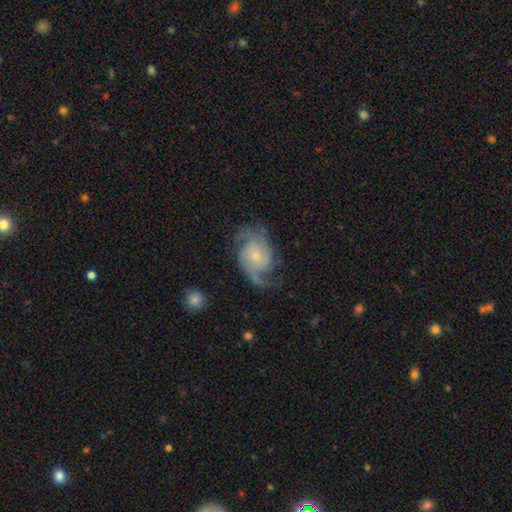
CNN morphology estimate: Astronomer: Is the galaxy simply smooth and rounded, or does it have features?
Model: featured or disk — 86%.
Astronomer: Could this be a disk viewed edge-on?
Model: no — 97%.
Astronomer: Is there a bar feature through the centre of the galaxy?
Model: no — 71%.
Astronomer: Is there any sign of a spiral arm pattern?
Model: yes — 97%.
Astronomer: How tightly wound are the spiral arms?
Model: medium — 48% (runner-up: tight, 26%).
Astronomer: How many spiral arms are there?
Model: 2 — 62%.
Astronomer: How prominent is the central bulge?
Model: small — 68%.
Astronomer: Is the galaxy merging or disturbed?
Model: none — 66%.